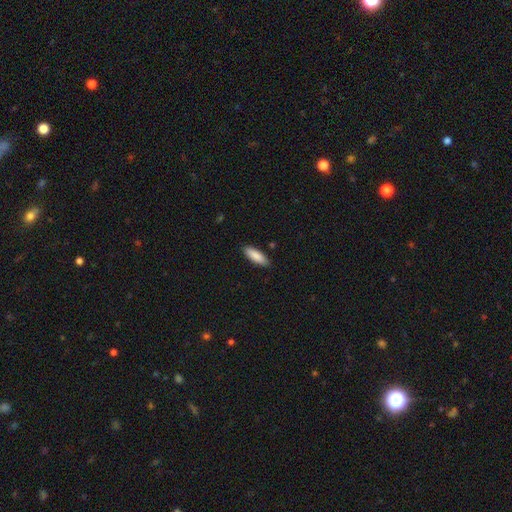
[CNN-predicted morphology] Smooth or featured?
  - smooth: 87% *
  - featured or disk: 7%
  - star or artifact: 6%
How rounded?
  - in between: 57% *
  - cigar-shaped: 42%
  - round: 1%
Merging?
  - none: 88% *
  - minor disturbance: 9%
  - major disturbance: 2%
  - merger: 1%